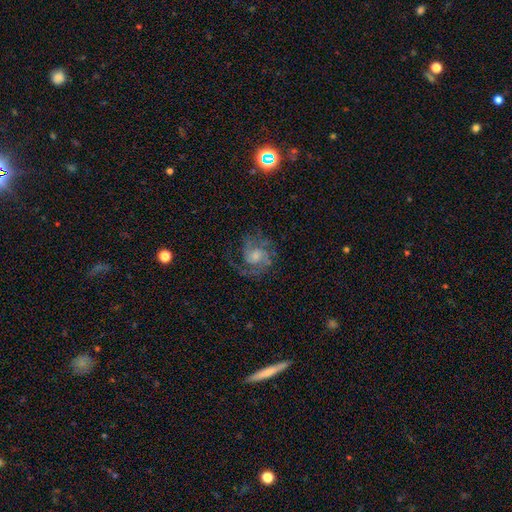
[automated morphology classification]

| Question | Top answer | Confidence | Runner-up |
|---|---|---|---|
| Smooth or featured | featured or disk | 80% | smooth (10%) |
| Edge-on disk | no | 98% | yes (2%) |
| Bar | no | 59% | weak (35%) |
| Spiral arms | yes | 95% | no (5%) |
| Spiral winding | medium | 48% | tight (37%) |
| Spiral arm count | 2 | 46% | 3 (20%) |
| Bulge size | small | 40% | moderate (38%) |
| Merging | none | 68% | minor disturbance (16%) |